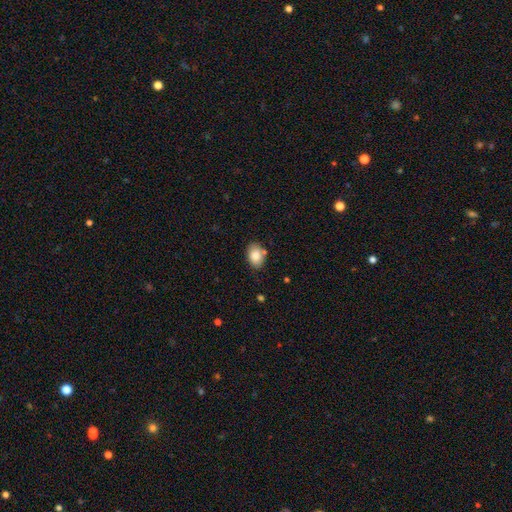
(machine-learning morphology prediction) Smooth or featured?
  - smooth: 84% *
  - featured or disk: 8%
  - star or artifact: 8%
How rounded?
  - in between: 81% *
  - round: 18%
  - cigar-shaped: 1%
Merging?
  - none: 75% *
  - minor disturbance: 16%
  - merger: 5%
  - major disturbance: 3%